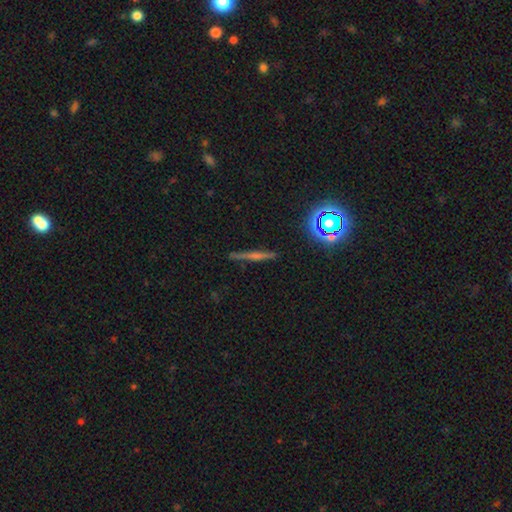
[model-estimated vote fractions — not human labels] smooth_or_featured: featured or disk (p=0.53) [alt: smooth p=0.29]
disk_edge_on: yes (p=0.96) [alt: no p=0.04]
edge_on_bulge: rounded (p=0.46) [alt: none p=0.42]
merging: none (p=0.89) [alt: minor disturbance p=0.07]